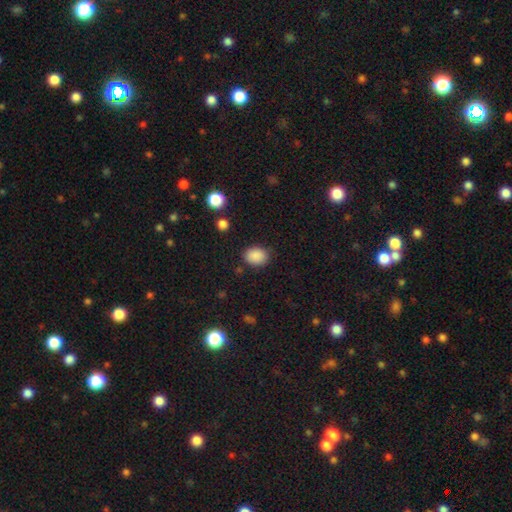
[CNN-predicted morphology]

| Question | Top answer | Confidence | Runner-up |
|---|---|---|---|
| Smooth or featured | smooth | 88% | star or artifact (9%) |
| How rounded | in between | 51% | round (48%) |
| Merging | none | 83% | minor disturbance (12%) |